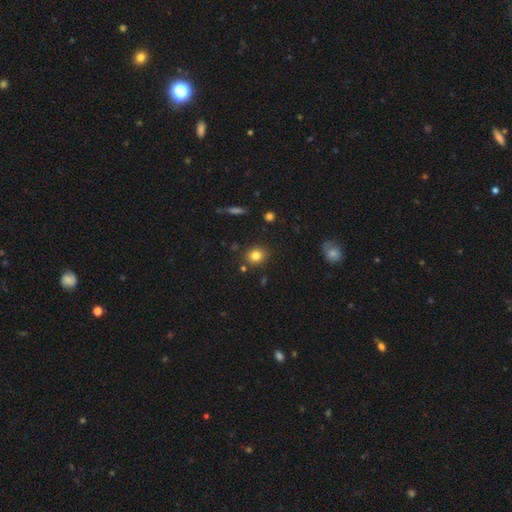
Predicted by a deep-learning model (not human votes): Smooth or featured? Predicted: smooth (p=0.81). How rounded? Predicted: round (p=0.72). Merging? Predicted: none (p=0.86).